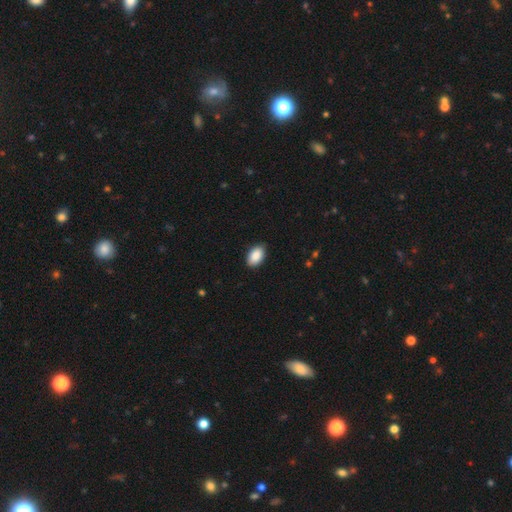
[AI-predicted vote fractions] Smooth or featured? smooth (90%)
How rounded? in between (93%)
Merging? none (88%)